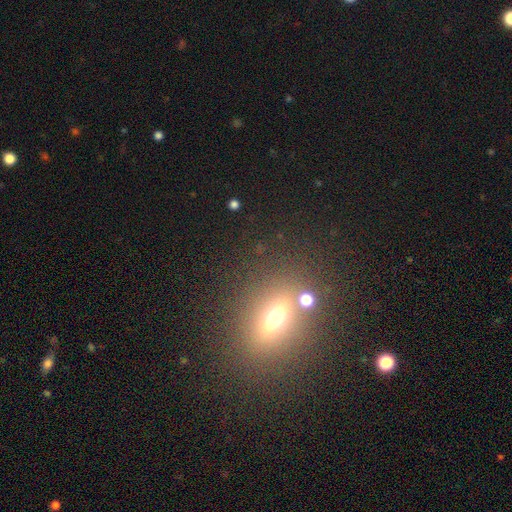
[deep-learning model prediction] smooth_or_featured: smooth (p=0.48) [alt: star or artifact p=0.29]
merging: none (p=0.80) [alt: minor disturbance p=0.08]